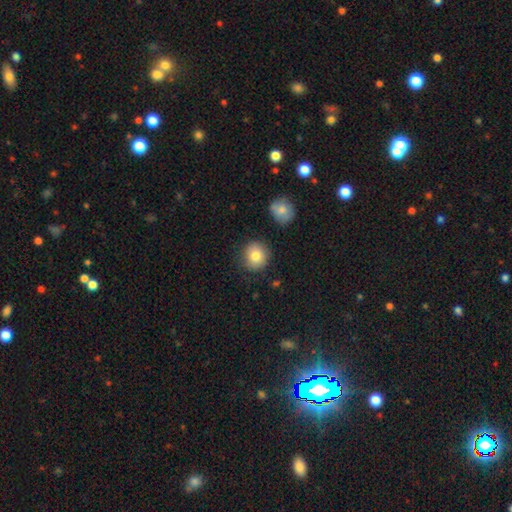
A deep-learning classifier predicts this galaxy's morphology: Q: Smooth or featured?
A: smooth (82%); runner-up: featured or disk (9%)
Q: How rounded?
A: round (89%); runner-up: in between (11%)
Q: Merging?
A: none (85%); runner-up: minor disturbance (10%)